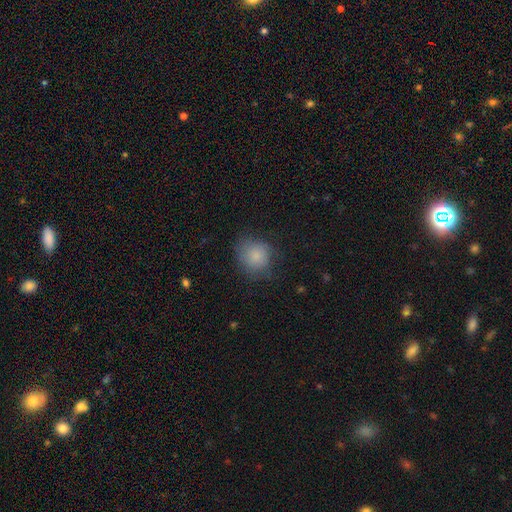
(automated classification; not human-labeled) smooth-or-featured: smooth: 84% | star or artifact: 9% | featured or disk: 7%
  how-rounded: round: 80% | in between: 19% | cigar-shaped: 1%
  merging: none: 70% | minor disturbance: 21% | major disturbance: 7% | merger: 1%